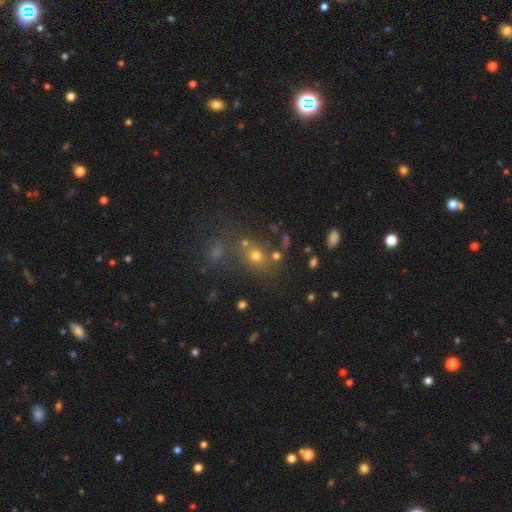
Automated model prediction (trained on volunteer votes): Smooth or featured? smooth (61%)
How rounded? round (62%)
Merging? none (59%)